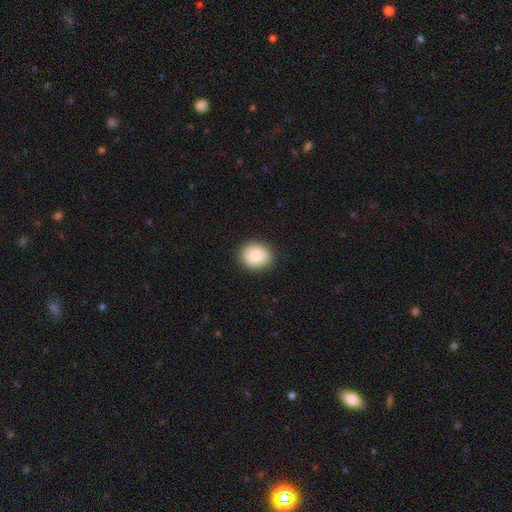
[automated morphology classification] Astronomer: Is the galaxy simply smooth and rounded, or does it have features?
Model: smooth — 82%.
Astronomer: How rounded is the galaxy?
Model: round — 70%.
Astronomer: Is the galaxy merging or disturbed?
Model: none — 89%.